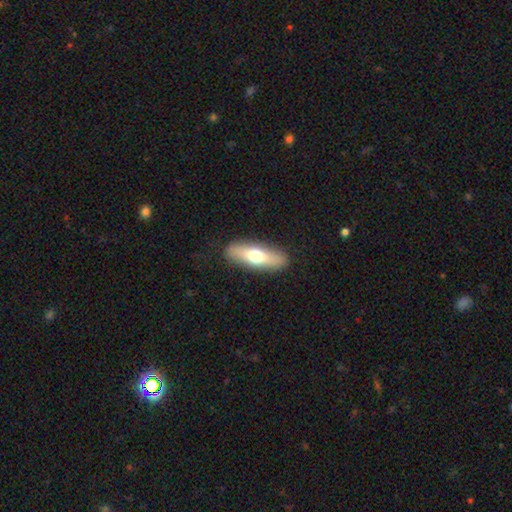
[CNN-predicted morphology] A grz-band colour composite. It shows a smooth galaxy with no disk features (62%) that is cigar-shaped (49%). Merging: none (88%).